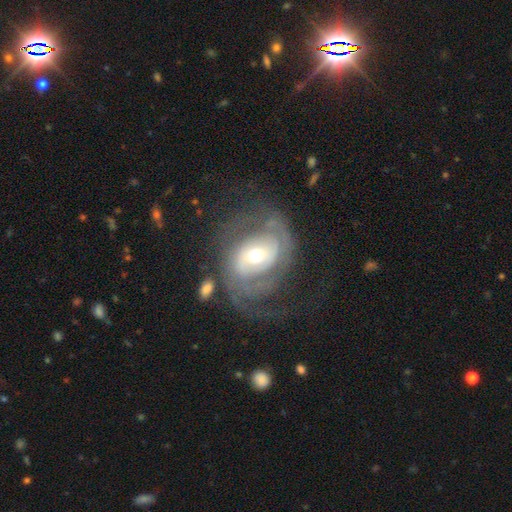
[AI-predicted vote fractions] Q: Smooth or featured?
A: featured or disk (80%); runner-up: smooth (14%)
Q: Edge-on disk?
A: no (96%); runner-up: yes (4%)
Q: Bar?
A: no (44%); runner-up: weak (35%)
Q: Spiral arms?
A: yes (83%); runner-up: no (17%)
Q: Spiral winding?
A: tight (41%); runner-up: medium (38%)
Q: Spiral arm count?
A: 2 (60%); runner-up: can't tell (21%)
Q: Bulge size?
A: moderate (58%); runner-up: small (33%)
Q: Merging?
A: none (53%); runner-up: major disturbance (25%)